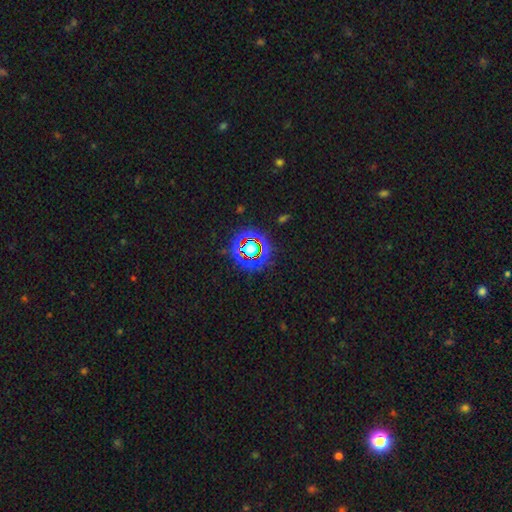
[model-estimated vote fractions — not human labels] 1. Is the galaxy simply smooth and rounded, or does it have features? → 73% star or artifact, 15% smooth, 12% featured or disk.